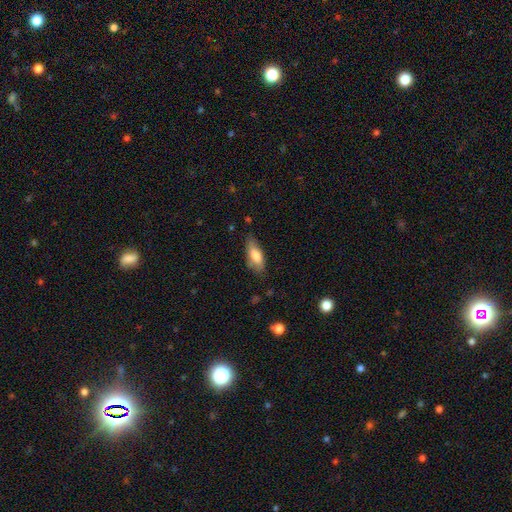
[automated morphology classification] Smooth or featured? Predicted: smooth (p=0.75). How rounded? Predicted: in between (p=0.74). Merging? Predicted: none (p=0.70).